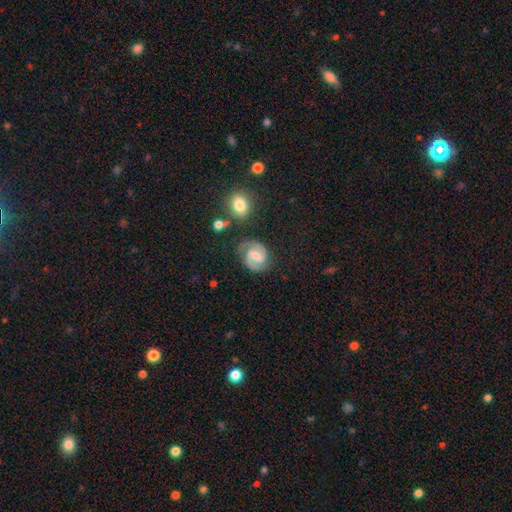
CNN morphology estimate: This appears to be a featured or disk galaxy (86%) with a weak bar (54%), 2 (92%) medium (54%) spiral arms (97%) and a moderate central bulge (46%). Merging: none (79%).